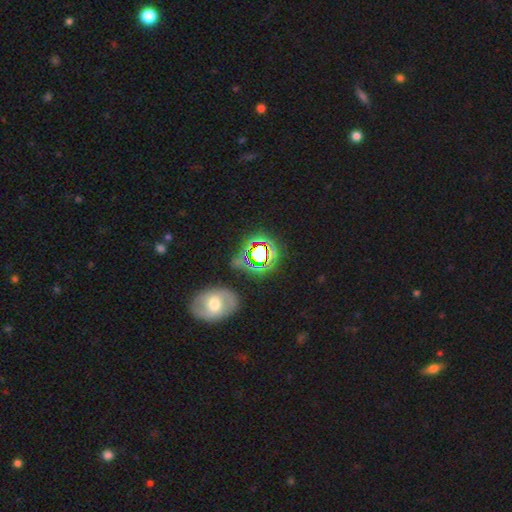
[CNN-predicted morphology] The model was most divided on "smooth or featured": star or artifact: 62%, smooth: 23%, featured or disk: 14%.